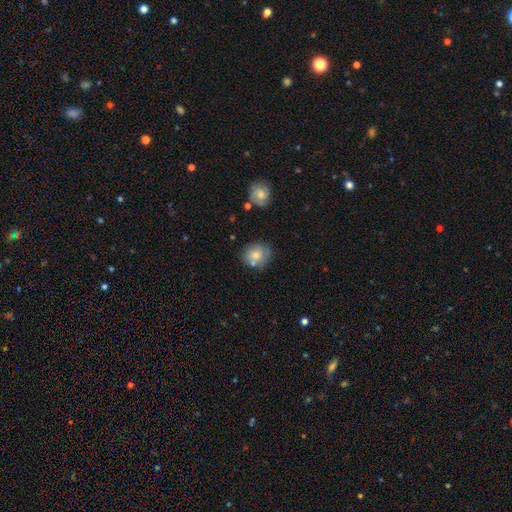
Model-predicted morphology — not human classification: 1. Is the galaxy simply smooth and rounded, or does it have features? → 72% smooth, 19% featured or disk, 9% star or artifact.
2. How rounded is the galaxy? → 76% round, 23% in between, 1% cigar-shaped.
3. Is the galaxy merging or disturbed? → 68% none, 17% minor disturbance, 11% merger, 4% major disturbance.